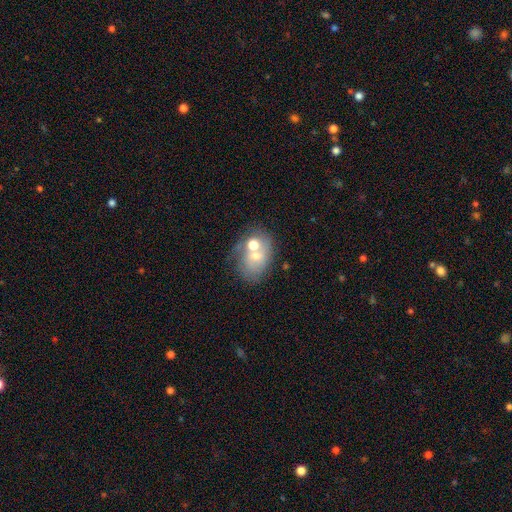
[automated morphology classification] smooth 51%, featured or disk 36%, star or artifact 12%. Down the decision tree: how rounded — in between (63%); merging — none (41%).